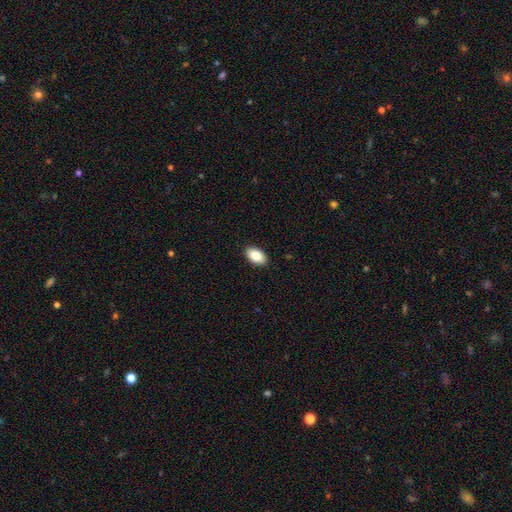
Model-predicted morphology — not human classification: Smooth or featured?
  - smooth: 85% *
  - featured or disk: 8%
  - star or artifact: 7%
How rounded?
  - in between: 93% *
  - round: 5%
  - cigar-shaped: 2%
Merging?
  - none: 90% *
  - minor disturbance: 7%
  - major disturbance: 2%
  - merger: 1%